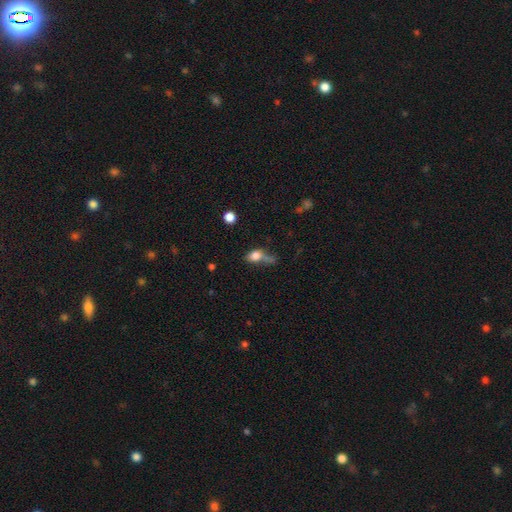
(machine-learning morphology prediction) This is likely a smooth galaxy (76%). How rounded: likely in between (69%). Merging: marginally none (32%).